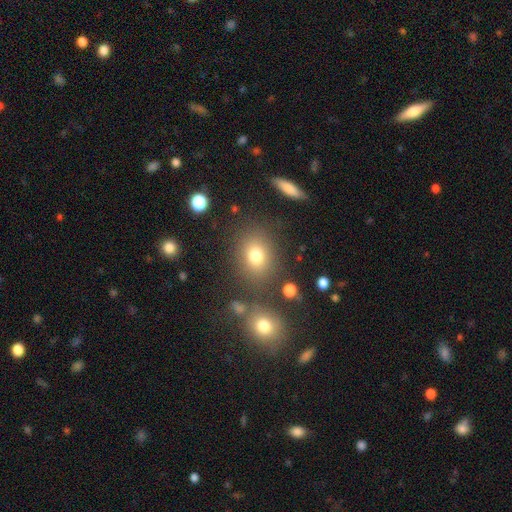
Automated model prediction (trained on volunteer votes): Smooth or featured?
  - smooth: 75% *
  - star or artifact: 15%
  - featured or disk: 10%
How rounded?
  - round: 56% *
  - in between: 43%
  - cigar-shaped: 1%
Merging?
  - none: 78% *
  - minor disturbance: 11%
  - merger: 6%
  - major disturbance: 5%